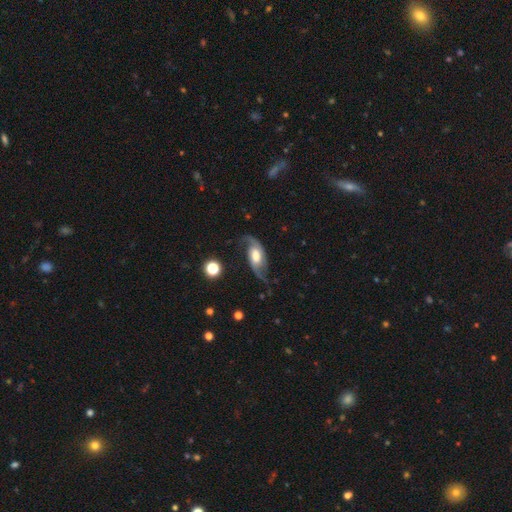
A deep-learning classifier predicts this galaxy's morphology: smooth-or-featured: featured or disk: 81% | smooth: 12% | star or artifact: 6%
  disk-edge-on: no: 94% | yes: 6%
    bar: no: 47% | weak: 40% | strong: 13%
    has-spiral-arms: yes: 95% | no: 5%
      spiral-winding: loose: 56% | medium: 34% | tight: 9%
      spiral-arm-count: 2: 91% | can't tell: 3% | 1: 3% | 3: 1% | 4: 1% | more than 4: 1%
    bulge-size: moderate: 45% | large: 37% | small: 9% | dominant: 5% | none: 4%
  merging: none: 67% | minor disturbance: 19% | major disturbance: 12% | merger: 2%